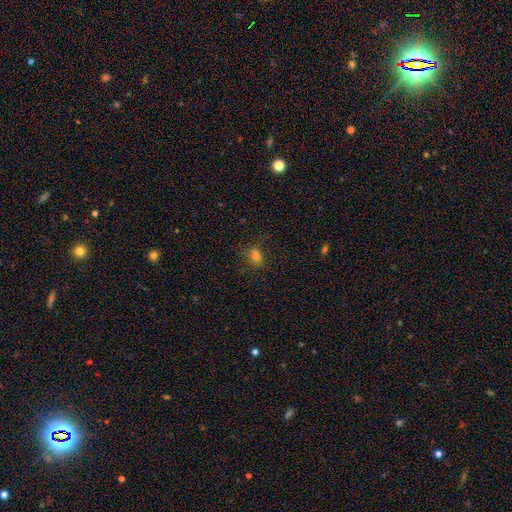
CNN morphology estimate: smooth-or-featured: smooth: 71% | star or artifact: 20% | featured or disk: 9%
  how-rounded: in between: 59% | round: 39% | cigar-shaped: 2%
  merging: none: 67% | minor disturbance: 19% | major disturbance: 10% | merger: 4%